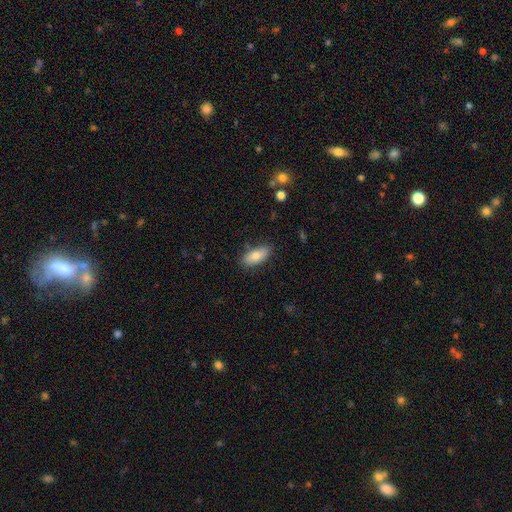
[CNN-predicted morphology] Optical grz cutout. It shows a smooth galaxy with no disk features (79%) that is in between round and cigar-shaped (87%). Merging: none (83%).